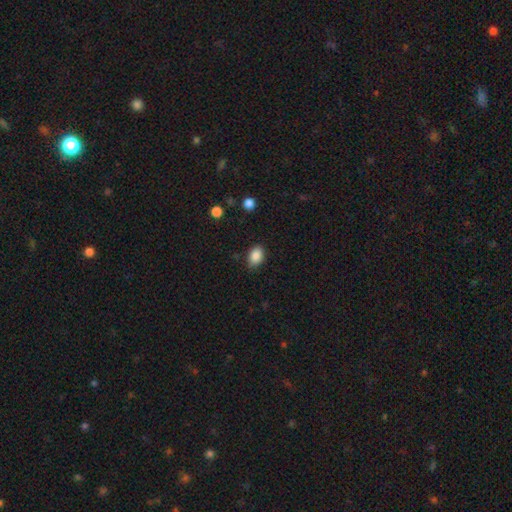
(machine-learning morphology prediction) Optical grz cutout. It shows a smooth galaxy with no disk features (88%) that is in between round and cigar-shaped (83%). Merging: none (83%).